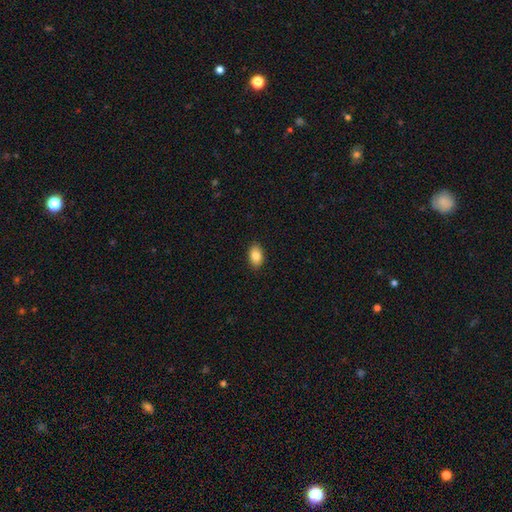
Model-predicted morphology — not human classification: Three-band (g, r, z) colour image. It shows a smooth galaxy with no disk features (85%) that is in between round and cigar-shaped (90%). Merging: none (90%).